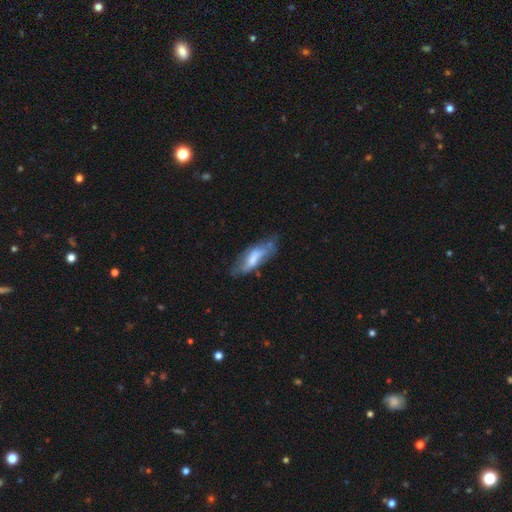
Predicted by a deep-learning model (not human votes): Smooth or featured?
  - featured or disk: 46% * (tied)
  - smooth: 46% * (tied)
  - star or artifact: 9%
Merging?
  - none: 52% *
  - minor disturbance: 30%
  - major disturbance: 14%
  - merger: 4%